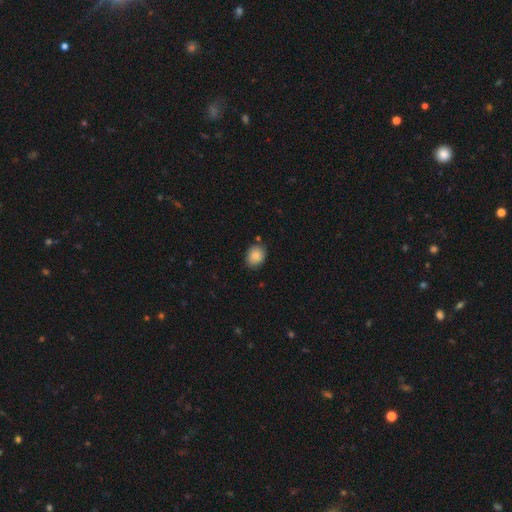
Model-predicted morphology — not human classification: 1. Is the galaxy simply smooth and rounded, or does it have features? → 84% smooth, 8% star or artifact, 8% featured or disk.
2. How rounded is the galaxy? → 51% in between, 48% round, 1% cigar-shaped.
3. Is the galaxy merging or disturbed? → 82% none, 13% minor disturbance, 3% merger, 2% major disturbance.